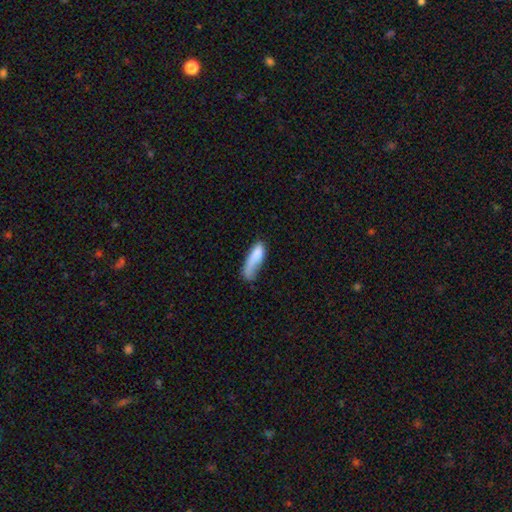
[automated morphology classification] Smooth or featured? smooth (75%)
How rounded? in between (53%)
Merging? major disturbance (34%)